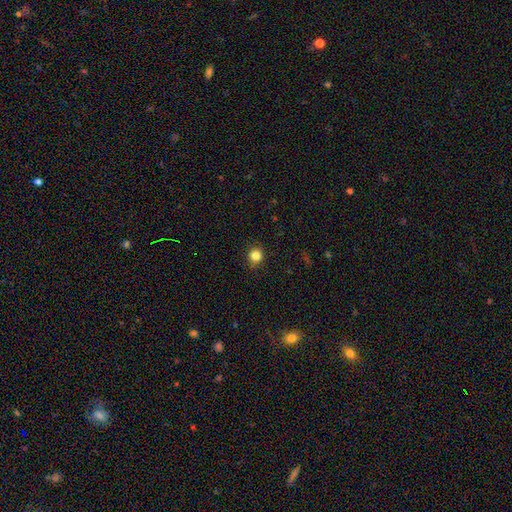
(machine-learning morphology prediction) Smooth or featured? smooth (84%)
How rounded? round (89%)
Merging? none (87%)